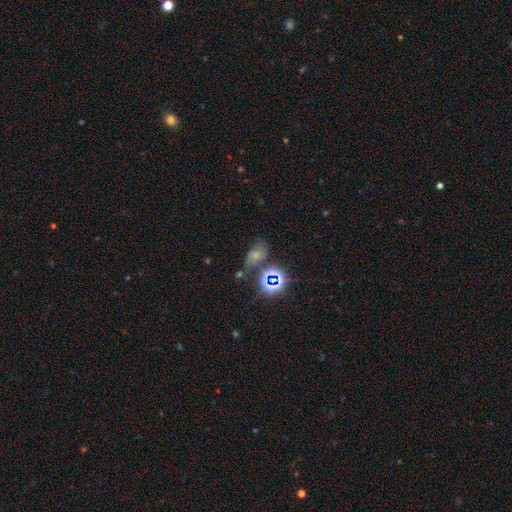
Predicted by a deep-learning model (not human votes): smooth 49%, star or artifact 34%, featured or disk 17%. Down the decision tree: merging — none (53%).